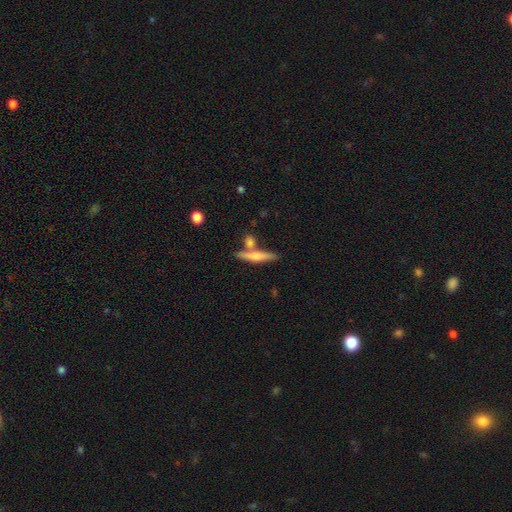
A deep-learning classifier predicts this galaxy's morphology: A smooth galaxy with no disk features (48%). Merging: none (68%).